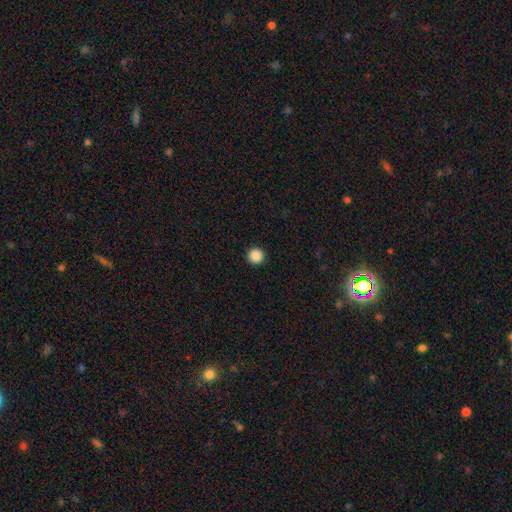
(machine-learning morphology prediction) type=smooth (87%); roundness=round (97%); merging=none (94%).